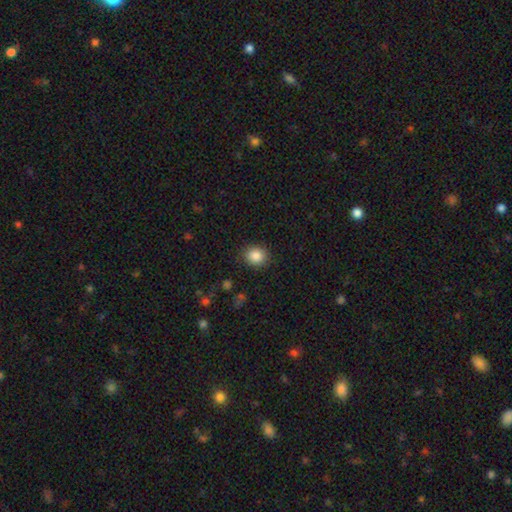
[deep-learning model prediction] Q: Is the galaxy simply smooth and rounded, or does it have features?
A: smooth — 86%.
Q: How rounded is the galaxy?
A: round — 75%.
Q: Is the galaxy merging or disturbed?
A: none — 88%.